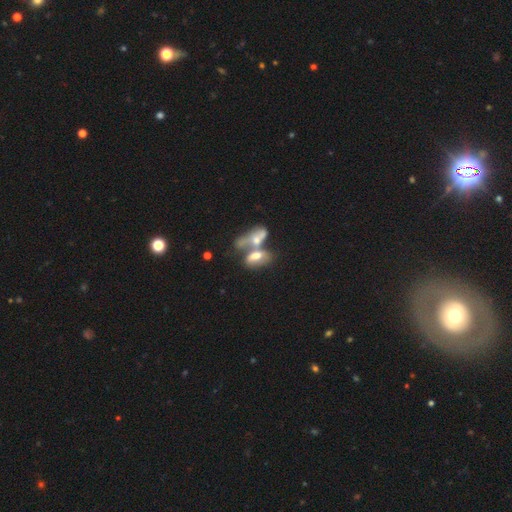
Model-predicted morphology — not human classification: smooth_or_featured: smooth (p=0.55) [alt: featured or disk p=0.36]
how_rounded: in between (p=0.86) [alt: cigar-shaped p=0.08]
merging: merger (p=0.68) [alt: none p=0.16]